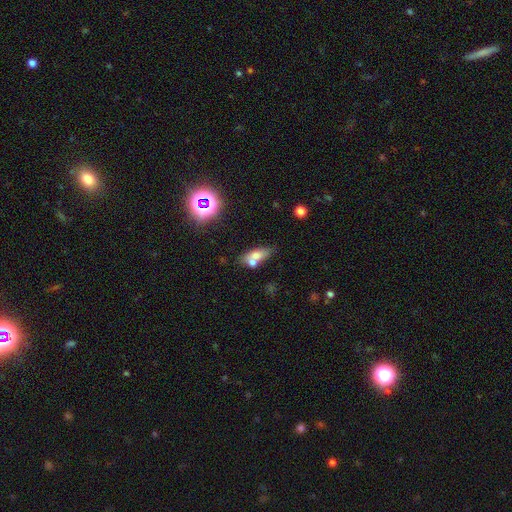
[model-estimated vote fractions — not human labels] Smooth or featured? Predicted: smooth (p=0.65). How rounded? Predicted: in between (p=0.70). Merging? Predicted: none (p=0.42).